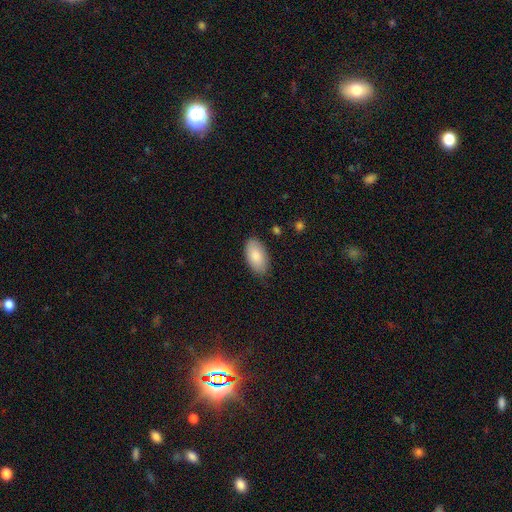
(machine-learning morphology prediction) The model was most divided on "merging": none: 79%, minor disturbance: 17%, major disturbance: 3%, merger: 1%. More confident: how rounded — in between (95%); smooth or featured — smooth (84%).